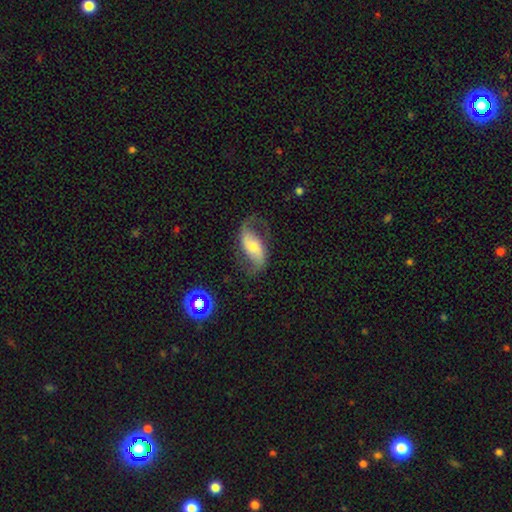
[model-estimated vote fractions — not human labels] A featured or disk galaxy (76%) with no bar (36%), 2 (89%) loose (63%) spiral arms (93%) and a moderate central bulge (45%). Merging: none (68%).